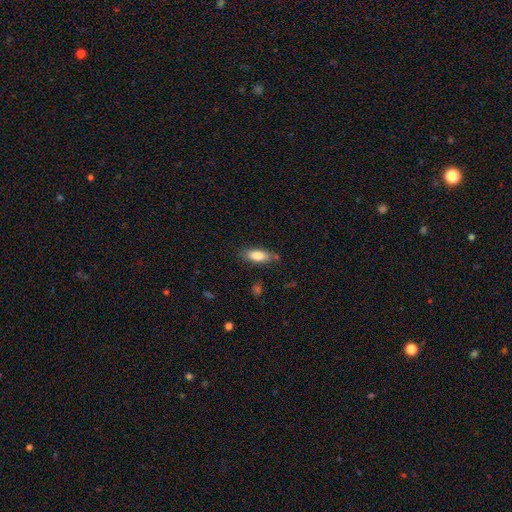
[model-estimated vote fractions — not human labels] A smooth galaxy with no disk features (82%) that is in between round and cigar-shaped (77%).

Vote fractions:
- Smooth or featured? smooth: 82% / featured or disk: 11% / star or artifact: 7%
- How rounded? in between: 77% / cigar-shaped: 21% / round: 3%
- Merging? none: 74% / minor disturbance: 19% / major disturbance: 4% / merger: 3%